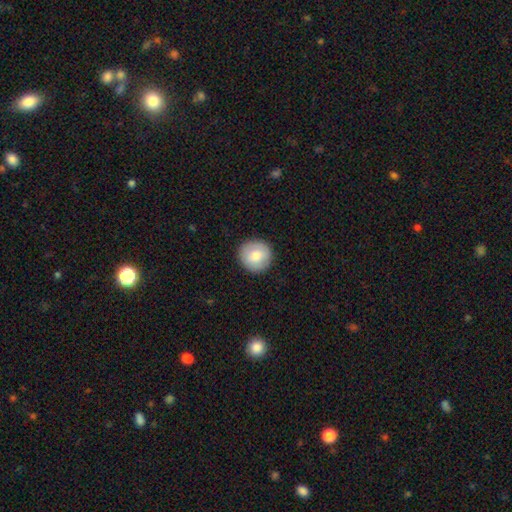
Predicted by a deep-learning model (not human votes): A smooth galaxy with no disk features (77%) that is round (93%).

Vote fractions:
- Smooth or featured? smooth: 77% / featured or disk: 16% / star or artifact: 7%
- How rounded? round: 93% / in between: 6% / cigar-shaped: 1%
- Merging? none: 91% / minor disturbance: 7% / major disturbance: 2% / merger: 1%